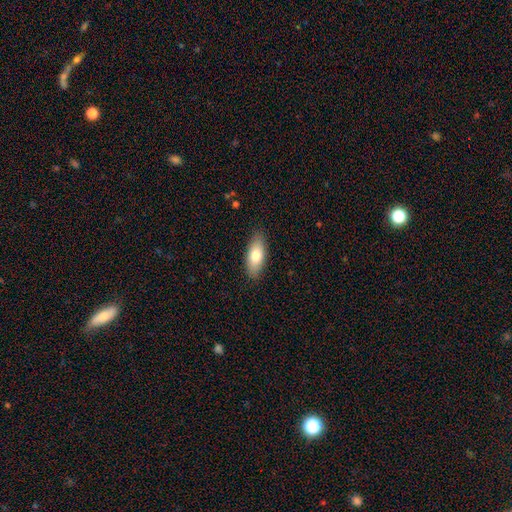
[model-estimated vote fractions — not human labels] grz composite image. It shows a smooth galaxy with no disk features (76%) that is in between round and cigar-shaped (82%). Merging: none (87%).